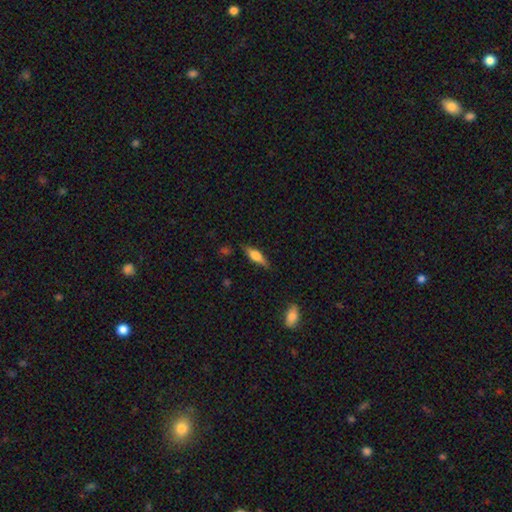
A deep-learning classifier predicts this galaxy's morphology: Smooth or featured?
  - smooth: 50% *
  - featured or disk: 43%
  - star or artifact: 7%
How rounded?
  - cigar-shaped: 50% *
  - in between: 47%
  - round: 3%
Merging?
  - none: 78% *
  - minor disturbance: 16%
  - major disturbance: 4%
  - merger: 2%